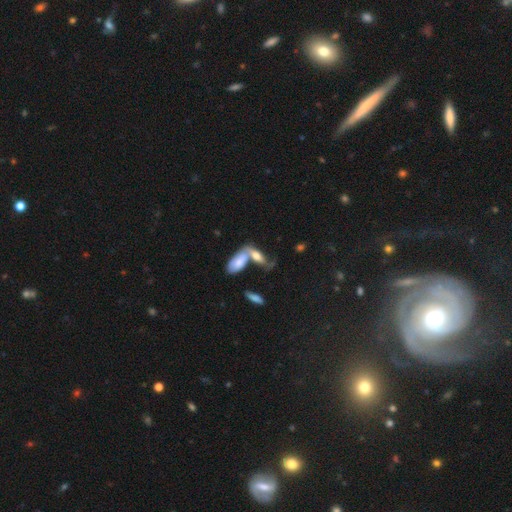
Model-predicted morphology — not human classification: Smooth or featured? smooth (58%)
How rounded? in between (74%)
Merging? merger (56%)